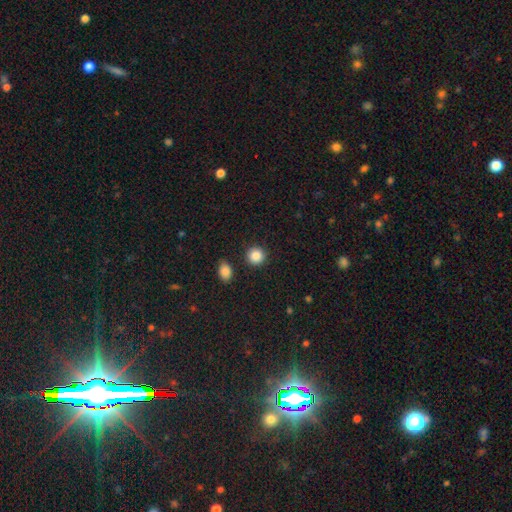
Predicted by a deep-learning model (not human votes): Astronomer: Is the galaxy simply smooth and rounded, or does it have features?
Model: smooth — 87%.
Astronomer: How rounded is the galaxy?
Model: round — 91%.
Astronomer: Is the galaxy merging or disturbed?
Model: none — 89%.